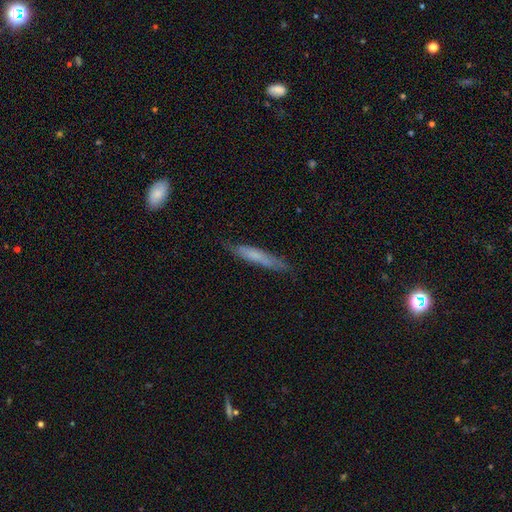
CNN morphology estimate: type=smooth (59%); roundness=cigar-shaped (92%); merging=none (77%).